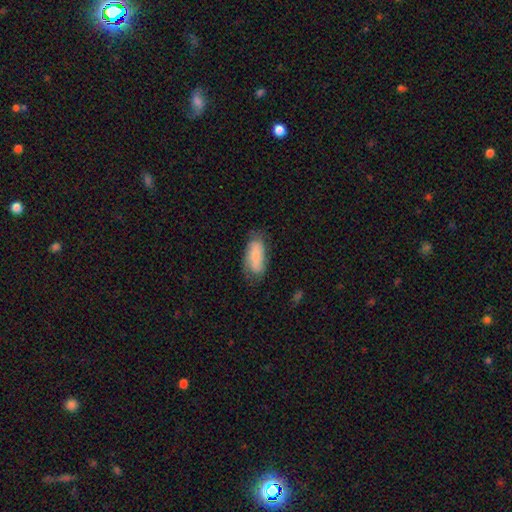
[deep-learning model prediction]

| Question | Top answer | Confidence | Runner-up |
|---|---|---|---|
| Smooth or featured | smooth | 71% | featured or disk (23%) |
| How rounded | in between | 84% | cigar-shaped (13%) |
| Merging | none | 65% | minor disturbance (25%) |